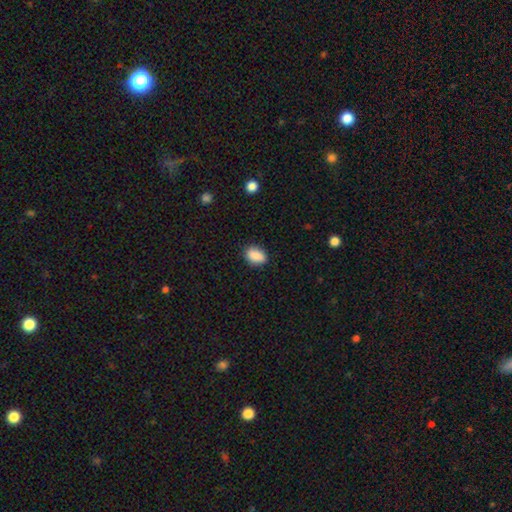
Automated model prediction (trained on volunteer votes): The model was most divided on "how rounded": in between: 83%, round: 15%, cigar-shaped: 2%. More confident: smooth or featured — smooth (88%); merging — none (85%).